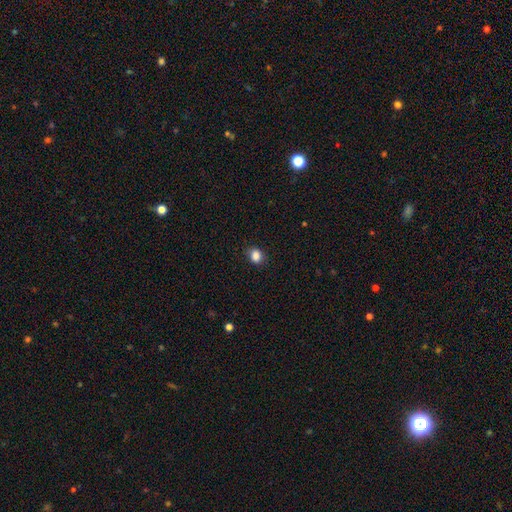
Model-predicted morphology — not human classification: A smooth galaxy with no disk features (86%) that is in between round and cigar-shaped (51%).

Vote fractions:
- Smooth or featured? smooth: 86% / star or artifact: 10% / featured or disk: 4%
- How rounded? in between: 51% / round: 48% / cigar-shaped: 1%
- Merging? none: 85% / minor disturbance: 11% / major disturbance: 3% / merger: 1%